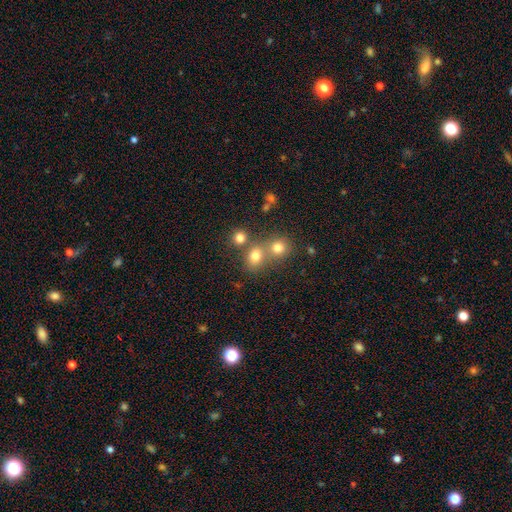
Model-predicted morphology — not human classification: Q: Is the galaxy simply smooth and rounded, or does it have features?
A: smooth — 75%.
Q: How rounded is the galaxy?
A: round — 71%.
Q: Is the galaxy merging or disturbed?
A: none — 51%.